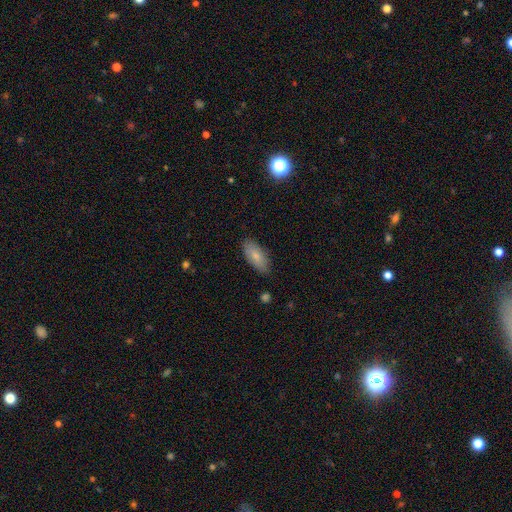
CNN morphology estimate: type=smooth (81%); roundness=in between (87%); merging=none (83%).